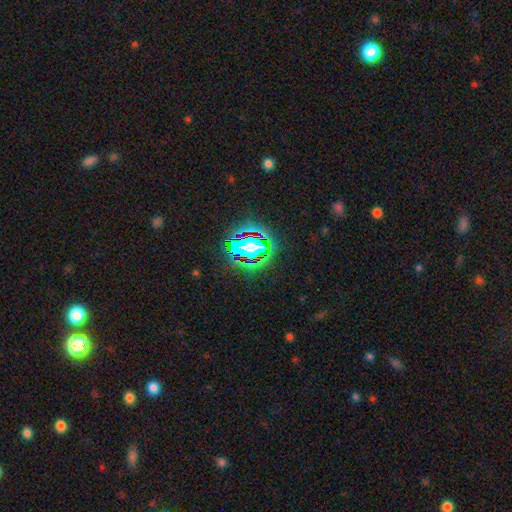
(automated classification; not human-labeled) smooth_or_featured: star or artifact (p=0.79) [alt: smooth p=0.13]